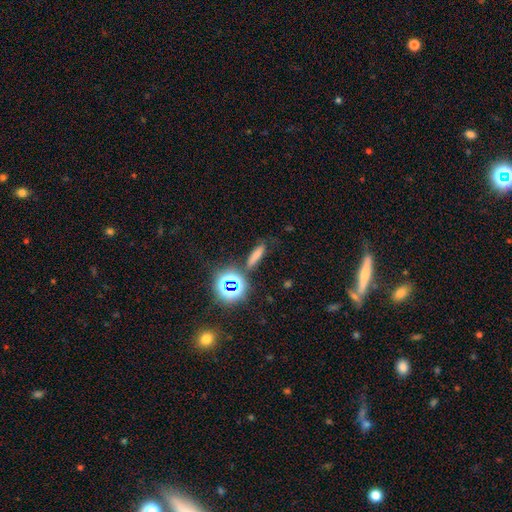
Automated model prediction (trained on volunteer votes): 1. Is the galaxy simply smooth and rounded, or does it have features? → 66% smooth, 24% star or artifact, 10% featured or disk.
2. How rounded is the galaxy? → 70% cigar-shaped, 22% in between, 8% round.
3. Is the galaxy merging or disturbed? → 79% none, 11% minor disturbance, 6% merger, 4% major disturbance.